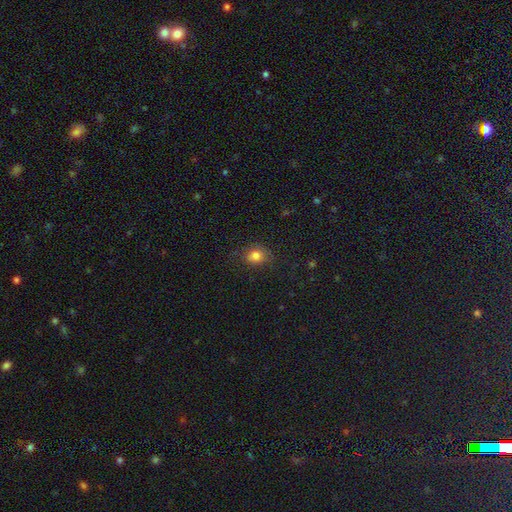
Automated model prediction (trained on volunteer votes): Smooth or featured? smooth (81%)
How rounded? round (60%)
Merging? none (78%)